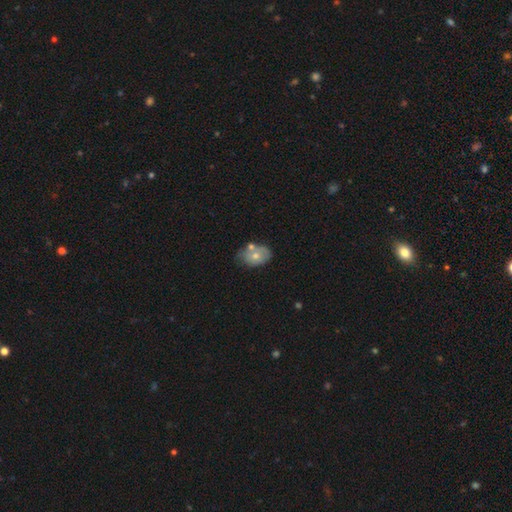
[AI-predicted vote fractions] A smooth galaxy with no disk features (62%) that is in between round and cigar-shaped (79%).

Vote fractions:
- Smooth or featured? smooth: 62% / featured or disk: 30% / star or artifact: 7%
- How rounded? in between: 79% / round: 20% / cigar-shaped: 1%
- Merging? none: 44% / minor disturbance: 27% / merger: 21% / major disturbance: 8%